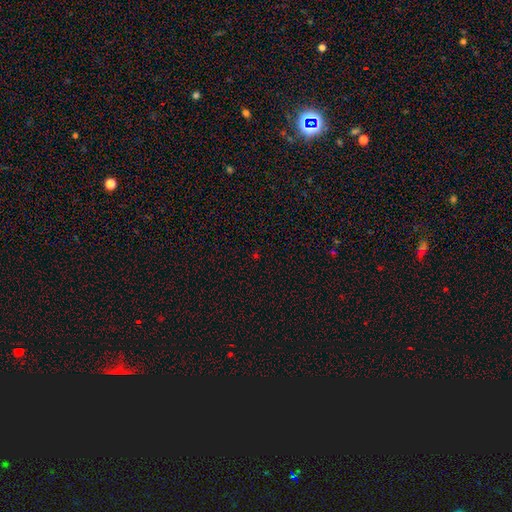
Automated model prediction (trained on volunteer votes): smooth_or_featured: star or artifact (p=0.62) [alt: smooth p=0.32]